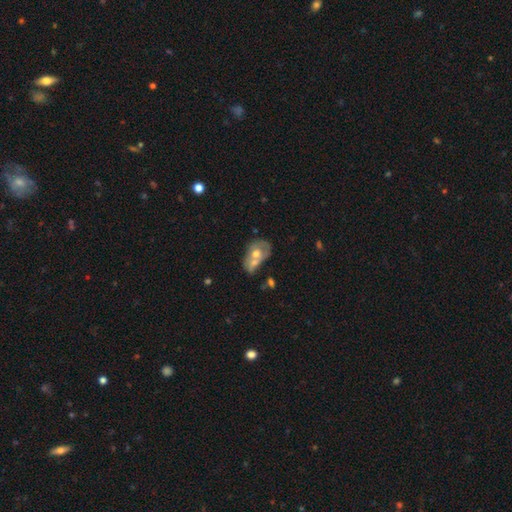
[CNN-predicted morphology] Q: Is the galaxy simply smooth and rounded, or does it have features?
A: smooth — 48%.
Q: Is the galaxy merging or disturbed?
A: merger — 60%.